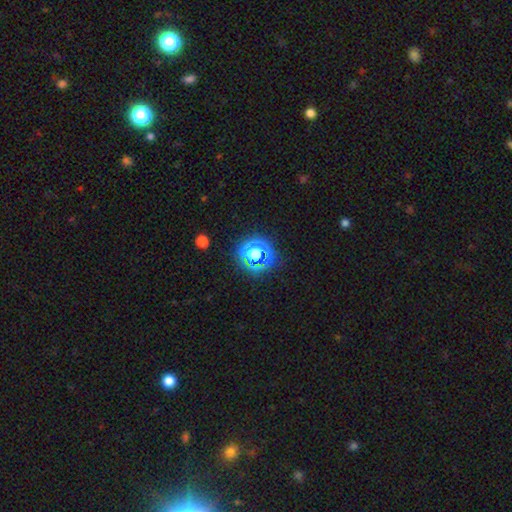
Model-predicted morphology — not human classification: Overall: star or artifact (49%; smooth 42%).